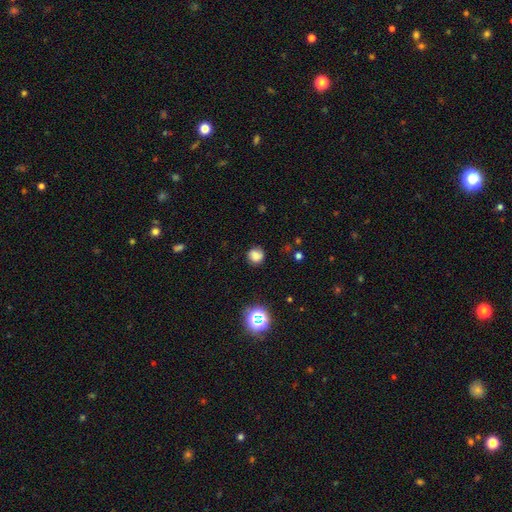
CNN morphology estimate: smooth-or-featured: smooth: 74% | star or artifact: 15% | featured or disk: 11%
  how-rounded: round: 84% | in between: 15% | cigar-shaped: 1%
  merging: none: 81% | minor disturbance: 13% | major disturbance: 4% | merger: 2%